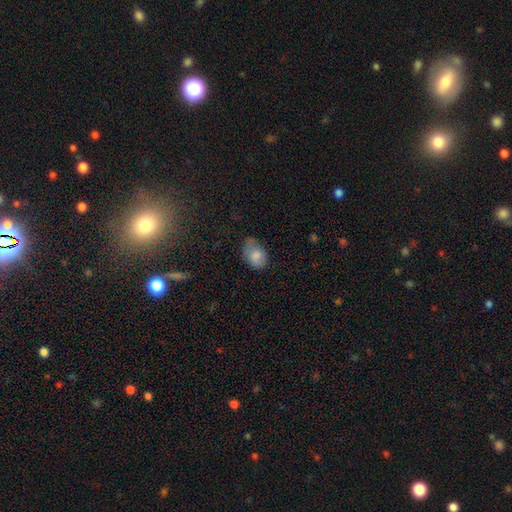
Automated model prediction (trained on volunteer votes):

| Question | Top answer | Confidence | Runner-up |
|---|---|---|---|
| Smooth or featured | smooth | 79% | featured or disk (13%) |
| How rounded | in between | 83% | round (15%) |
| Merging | none | 49% | minor disturbance (37%) |